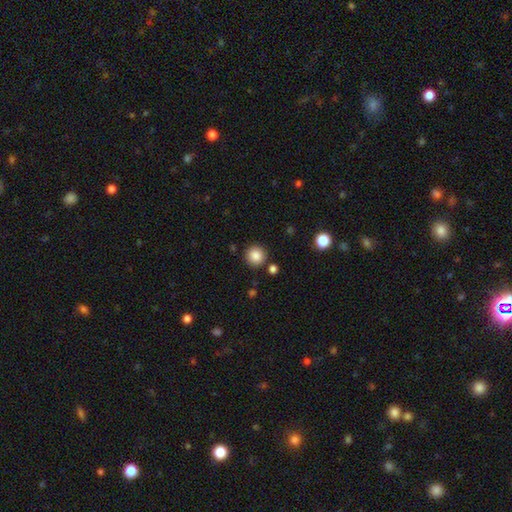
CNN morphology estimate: type=smooth (86%); roundness=round (93%); merging=none (88%).